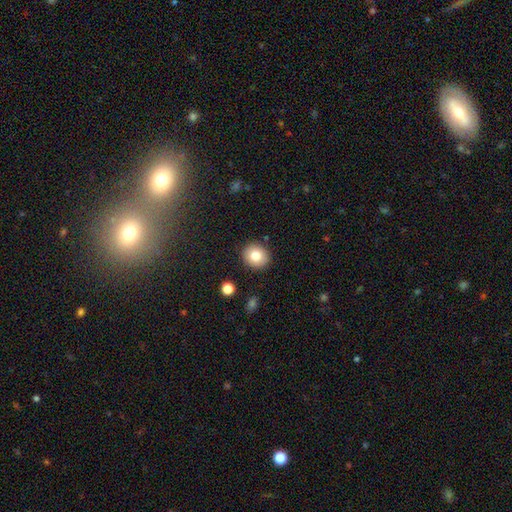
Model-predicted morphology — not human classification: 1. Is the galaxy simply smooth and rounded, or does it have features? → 79% smooth, 11% featured or disk, 10% star or artifact.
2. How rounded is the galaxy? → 85% round, 14% in between, 1% cigar-shaped.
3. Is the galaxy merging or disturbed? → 90% none, 6% minor disturbance, 2% major disturbance, 2% merger.